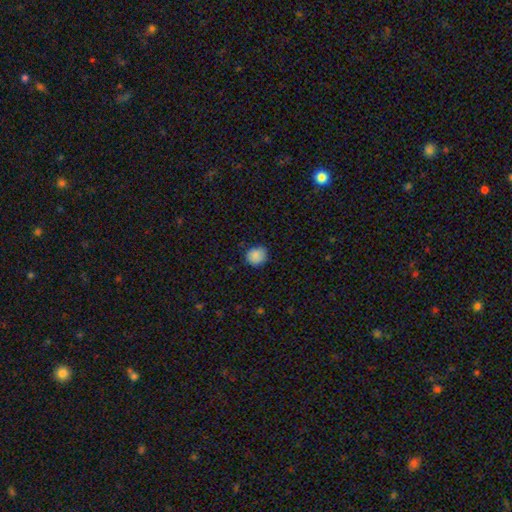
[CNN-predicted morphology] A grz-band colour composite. It shows a smooth galaxy with no disk features (87%) that is round (79%). Merging: none (77%).